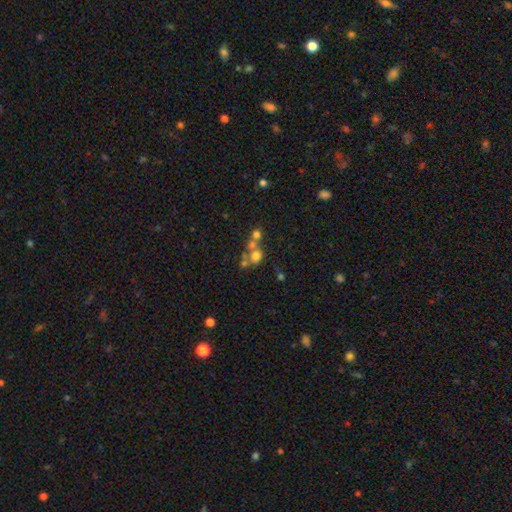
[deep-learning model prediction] The model was most divided on "merging": merger: 51%, none: 34%, minor disturbance: 8%, major disturbance: 7%. More confident: how rounded — round (77%); smooth or featured — smooth (59%).